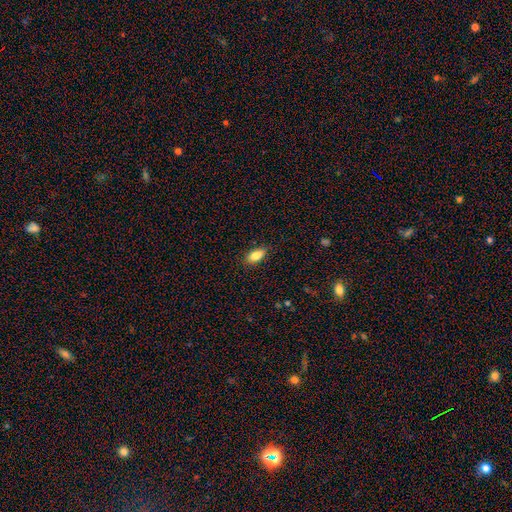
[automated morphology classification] Smooth or featured? Predicted: smooth (p=0.84). How rounded? Predicted: in between (p=0.86). Merging? Predicted: none (p=0.85).